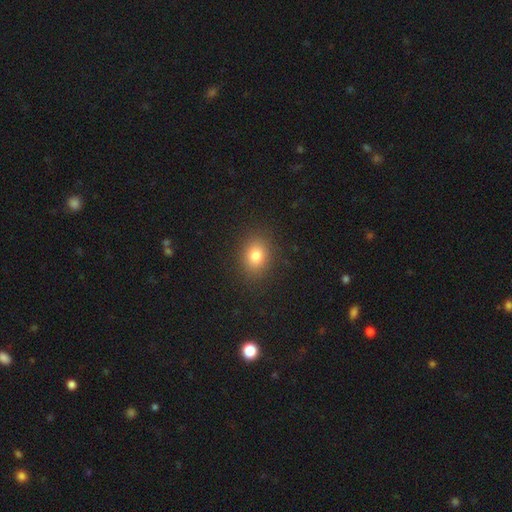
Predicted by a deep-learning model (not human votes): smooth-or-featured: smooth: 80% | star or artifact: 12% | featured or disk: 8%
  how-rounded: round: 51% | in between: 48% | cigar-shaped: 1%
  merging: none: 87% | minor disturbance: 8% | major disturbance: 3% | merger: 1%